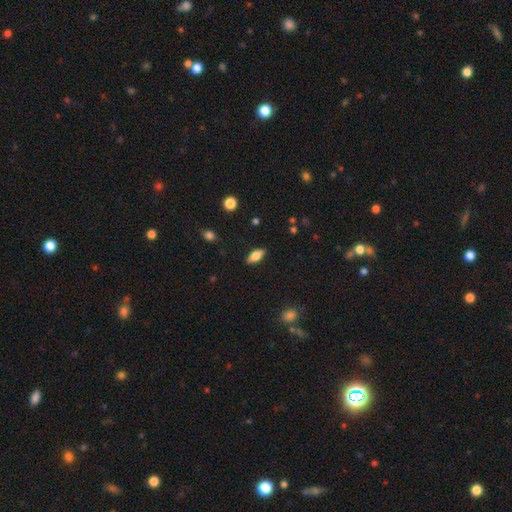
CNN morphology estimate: smooth_or_featured: smooth (p=0.73) [alt: featured or disk p=0.19]
how_rounded: in between (p=0.81) [alt: cigar-shaped p=0.17]
merging: none (p=0.87) [alt: minor disturbance p=0.10]